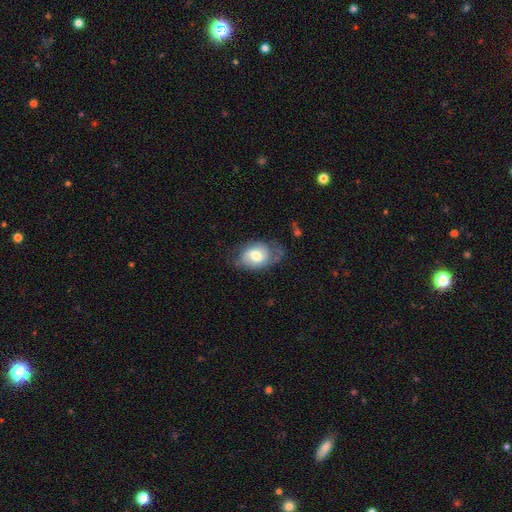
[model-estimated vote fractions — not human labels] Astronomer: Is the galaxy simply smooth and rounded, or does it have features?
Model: smooth — 58% (runner-up: featured or disk, 35%).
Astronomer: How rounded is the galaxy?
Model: in between — 76%.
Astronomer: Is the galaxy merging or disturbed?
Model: none — 50% (runner-up: minor disturbance, 33%).